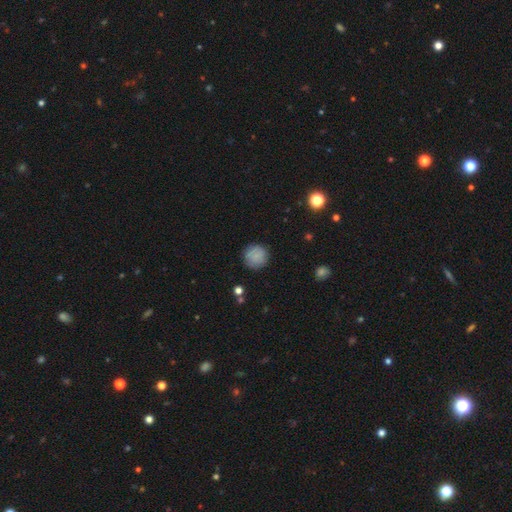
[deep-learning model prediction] Morphology: type=smooth (85%); roundness=round (94%); merging=none (88%).